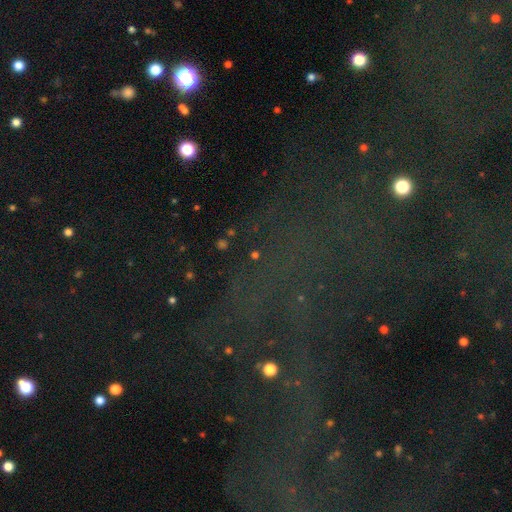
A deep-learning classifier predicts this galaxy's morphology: type=star or artifact (73%).